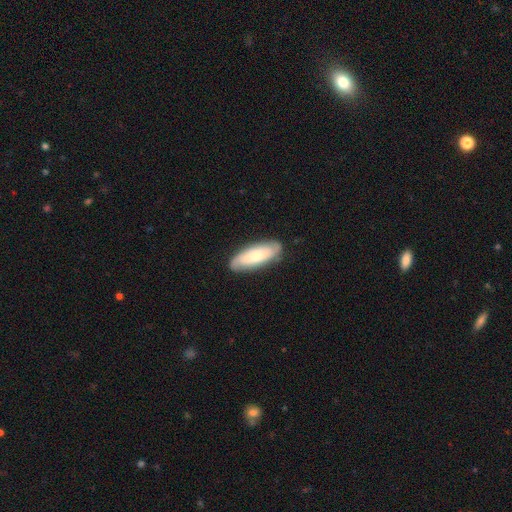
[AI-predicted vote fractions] A smooth galaxy with no disk features (60%) that is in between round and cigar-shaped (66%). Merging: none (83%).